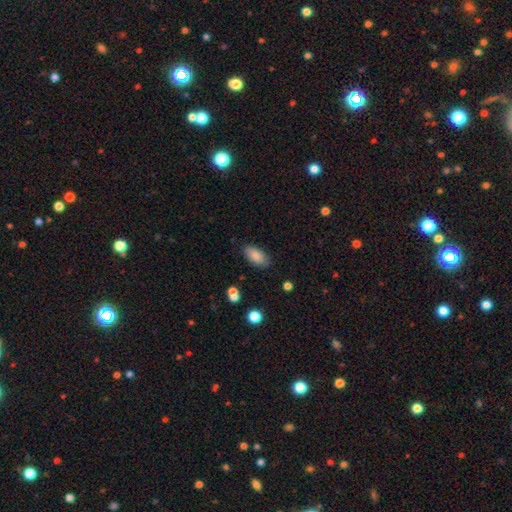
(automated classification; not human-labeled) The model was most divided on "merging": none: 83%, minor disturbance: 12%, major disturbance: 3%, merger: 2%. More confident: how rounded — in between (92%); smooth or featured — smooth (84%).